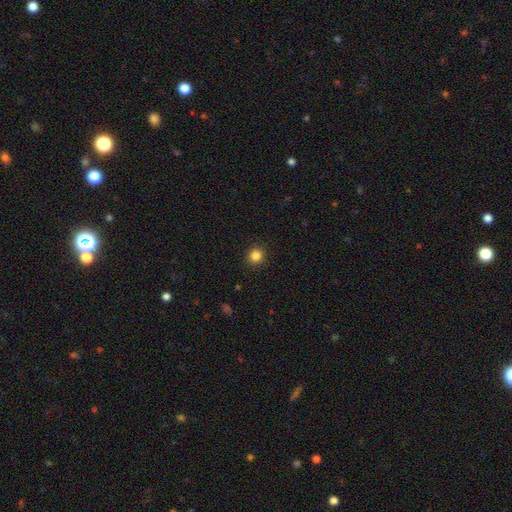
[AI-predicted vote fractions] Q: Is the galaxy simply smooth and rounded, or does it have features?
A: smooth — 85%.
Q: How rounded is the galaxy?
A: round — 92%.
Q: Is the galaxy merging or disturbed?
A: none — 92%.